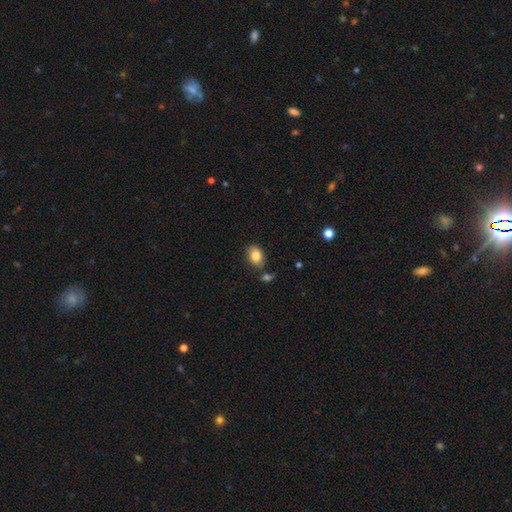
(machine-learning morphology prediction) smooth 84%, featured or disk 8%, star or artifact 8%. Down the decision tree: how rounded — in between (77%); merging — none (75%).